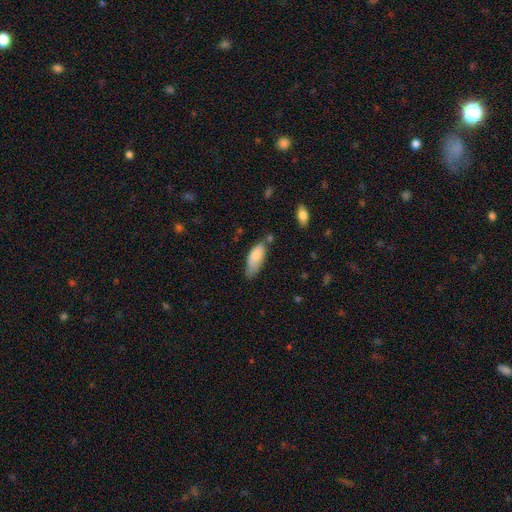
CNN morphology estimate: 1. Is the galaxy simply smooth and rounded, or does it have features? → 79% smooth, 15% featured or disk, 6% star or artifact.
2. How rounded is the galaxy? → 81% in between, 17% cigar-shaped, 2% round.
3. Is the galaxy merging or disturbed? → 50% none, 35% minor disturbance, 8% major disturbance, 7% merger.